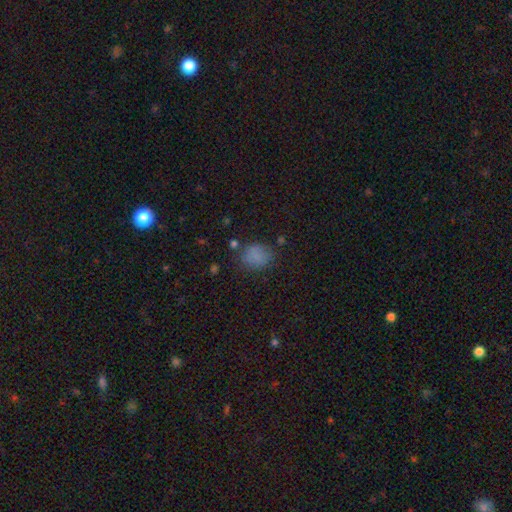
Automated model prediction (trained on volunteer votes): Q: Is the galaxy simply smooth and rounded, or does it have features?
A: smooth — 78%.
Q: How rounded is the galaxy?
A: round — 58%.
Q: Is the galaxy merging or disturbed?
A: none — 72%.